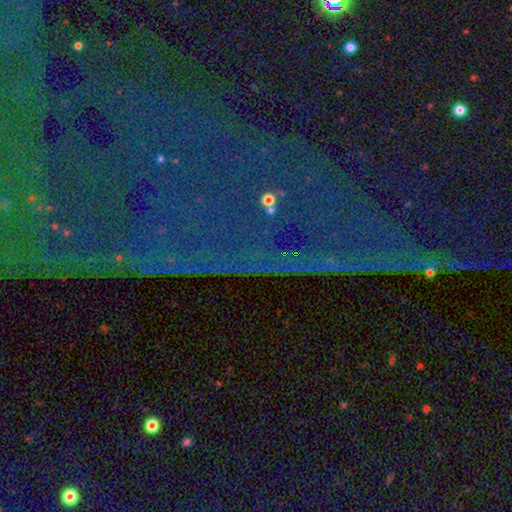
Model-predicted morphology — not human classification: This is clearly a star or artifact rather than a galaxy (84%).